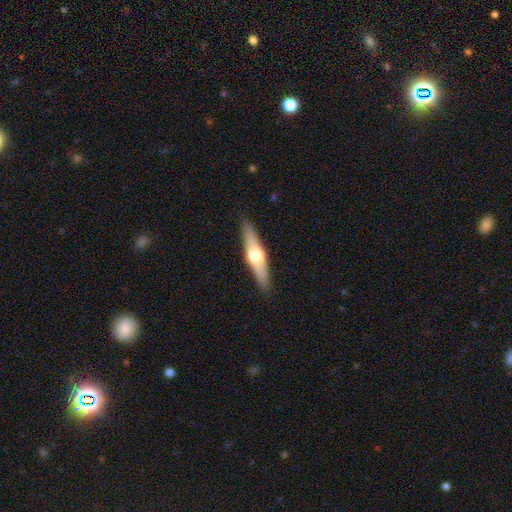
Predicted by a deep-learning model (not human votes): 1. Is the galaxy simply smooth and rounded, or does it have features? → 63% featured or disk, 32% smooth, 5% star or artifact.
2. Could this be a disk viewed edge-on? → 96% yes, 4% no.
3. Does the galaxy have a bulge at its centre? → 93% rounded, 5% boxy, 2% none.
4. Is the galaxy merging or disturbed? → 89% none, 8% minor disturbance, 2% major disturbance, 1% merger.